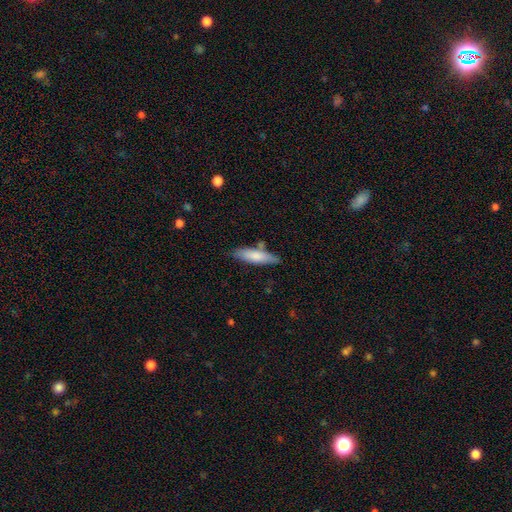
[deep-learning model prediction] Overall: smooth (76%). How rounded: cigar-shaped (68%; in between 31%). Merging: none (72%).